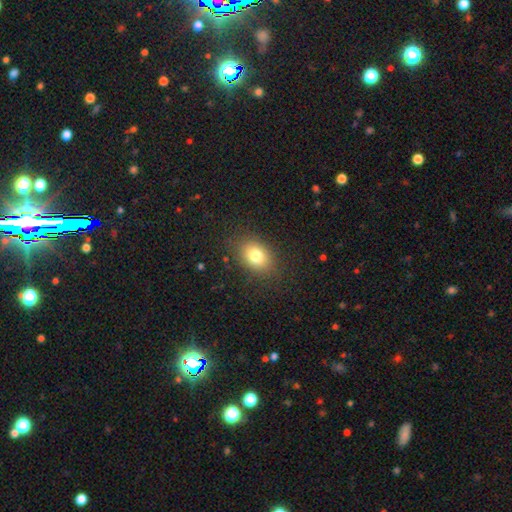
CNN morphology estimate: This is likely a smooth galaxy (79%). How rounded: likely in between (73%). Merging: clearly none (83%).